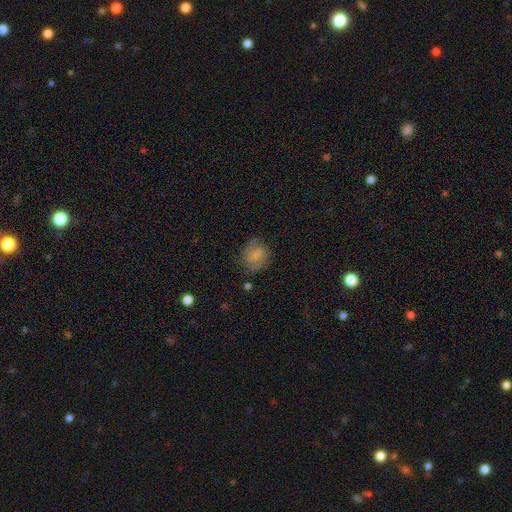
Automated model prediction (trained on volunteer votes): smooth-or-featured: featured or disk: 56% | smooth: 35% | star or artifact: 9%
  disk-edge-on: no: 98% | yes: 2%
    bar: no: 47% | weak: 43% | strong: 10%
    has-spiral-arms: yes: 84% | no: 16%
    bulge-size: small: 38% | none: 37% | moderate: 20% | large: 4% | dominant: 1%
  merging: none: 63% | minor disturbance: 22% | major disturbance: 11% | merger: 3%